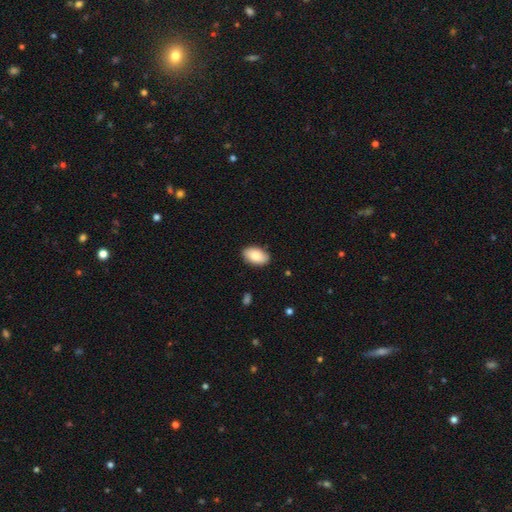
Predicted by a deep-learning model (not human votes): Smooth or featured: smooth — 85% (featured or disk — 9%)
How rounded: in between — 94% (round — 5%)
Merging: none — 88% (minor disturbance — 9%)